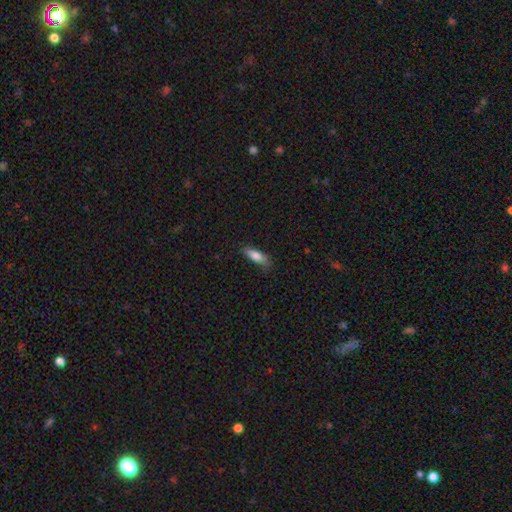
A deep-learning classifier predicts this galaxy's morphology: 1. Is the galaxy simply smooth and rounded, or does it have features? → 78% smooth, 15% featured or disk, 7% star or artifact.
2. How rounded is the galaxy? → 50% in between, 48% cigar-shaped, 2% round.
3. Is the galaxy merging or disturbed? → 68% none, 25% minor disturbance, 6% major disturbance, 2% merger.